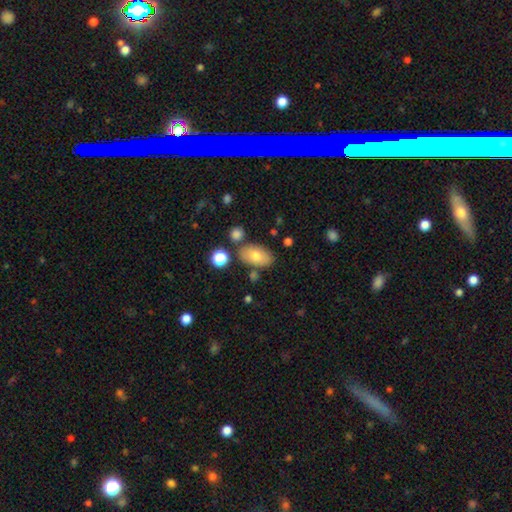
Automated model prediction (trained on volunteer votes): This appears to be a smooth galaxy with no disk features (73%) that is in between round and cigar-shaped (92%). Merging: none (75%).